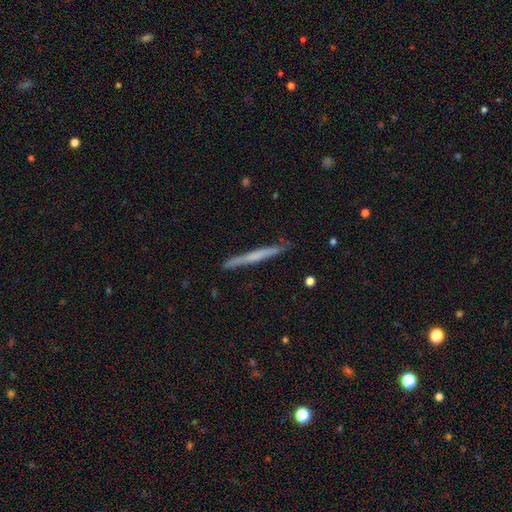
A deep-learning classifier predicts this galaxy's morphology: This appears to be a smooth galaxy with no disk features (49%). Merging: none (87%).